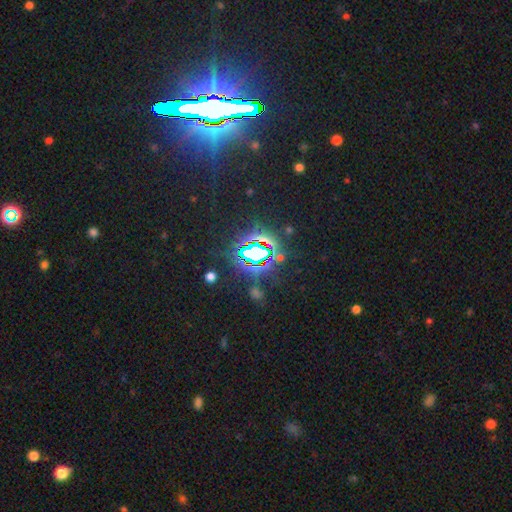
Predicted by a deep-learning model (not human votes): The model was most divided on "smooth or featured": star or artifact: 85%, smooth: 8%, featured or disk: 8%.